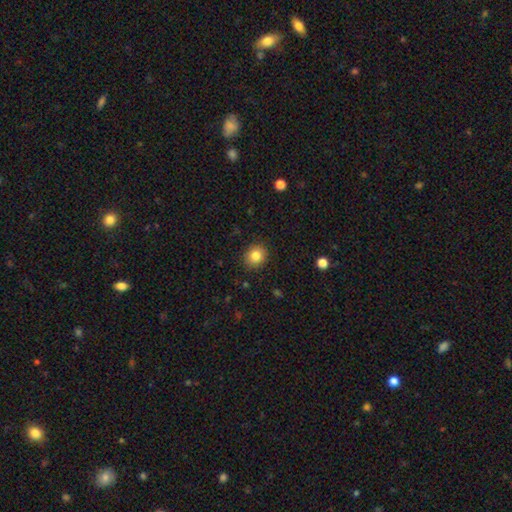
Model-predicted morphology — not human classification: A smooth galaxy with no disk features (83%) that is round (76%).

Vote fractions:
- Smooth or featured? smooth: 83% / star or artifact: 10% / featured or disk: 7%
- How rounded? round: 76% / in between: 23% / cigar-shaped: 1%
- Merging? none: 90% / minor disturbance: 7% / major disturbance: 2% / merger: 1%